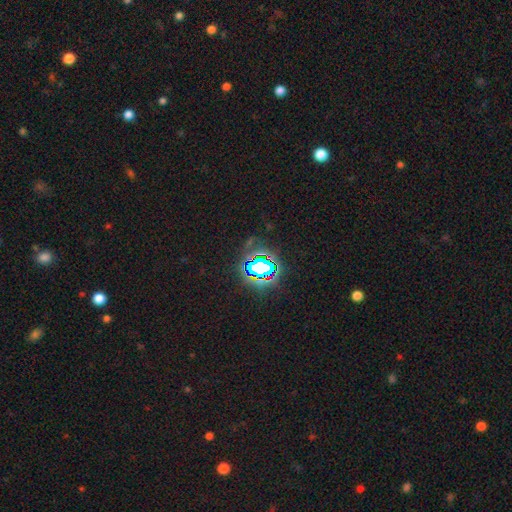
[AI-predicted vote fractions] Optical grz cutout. It shows a star or artifact, not a galaxy (82%).